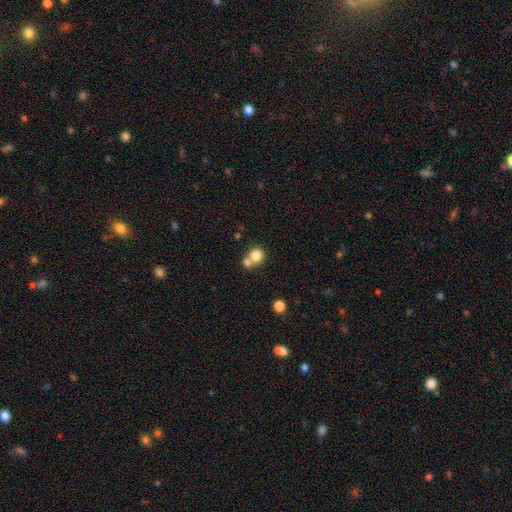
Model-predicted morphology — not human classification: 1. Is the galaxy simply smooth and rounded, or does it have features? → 80% smooth, 10% featured or disk, 10% star or artifact.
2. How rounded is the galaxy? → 81% round, 18% in between, 1% cigar-shaped.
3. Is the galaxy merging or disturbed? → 51% merger, 39% none, 6% minor disturbance, 3% major disturbance.